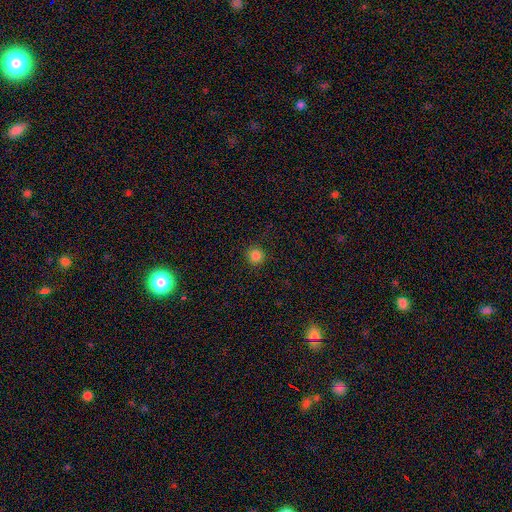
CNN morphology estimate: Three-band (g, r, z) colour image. It shows a smooth galaxy with no disk features (84%) that is round (95%). Merging: none (91%).